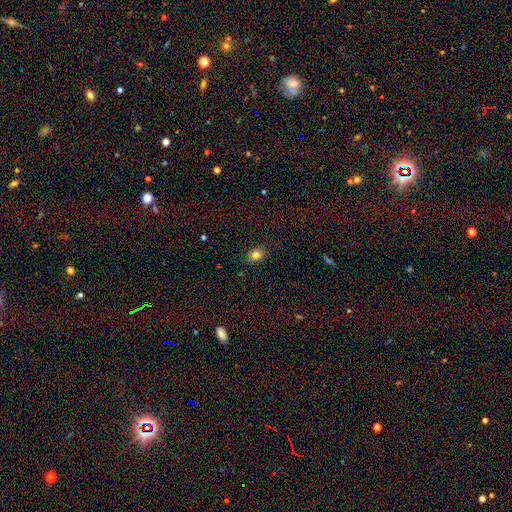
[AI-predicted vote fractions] Morphology: type=smooth (72%); roundness=in between (66%); merging=none (80%).